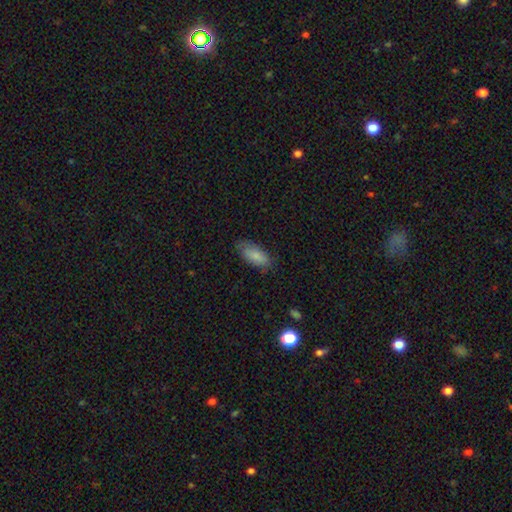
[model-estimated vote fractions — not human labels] Q: Smooth or featured?
A: smooth (82%); runner-up: featured or disk (11%)
Q: How rounded?
A: in between (86%); runner-up: cigar-shaped (12%)
Q: Merging?
A: none (74%); runner-up: minor disturbance (20%)